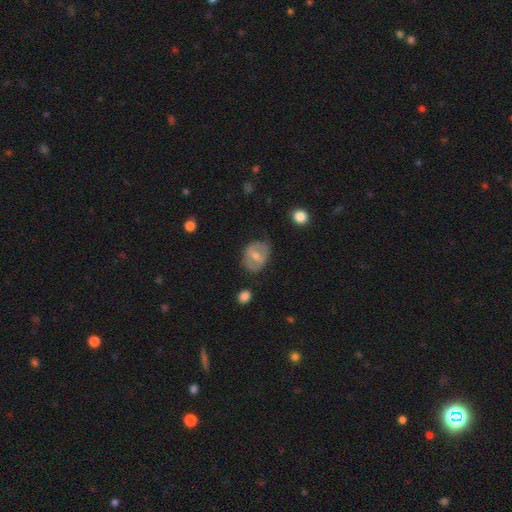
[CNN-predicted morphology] type=featured or disk (52%); edge-on=no (93%); merging=none (70%).